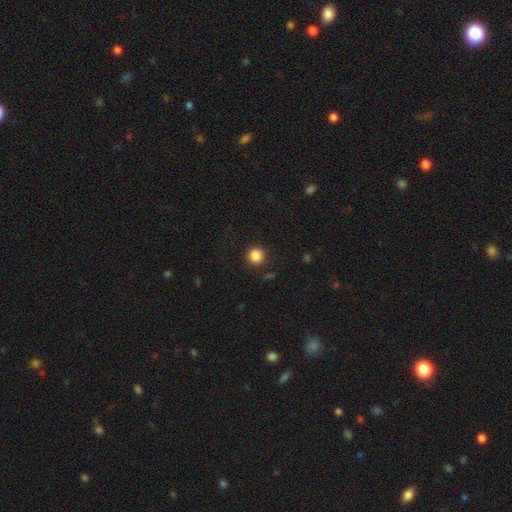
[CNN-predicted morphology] type=smooth (86%); roundness=round (95%); merging=none (91%).